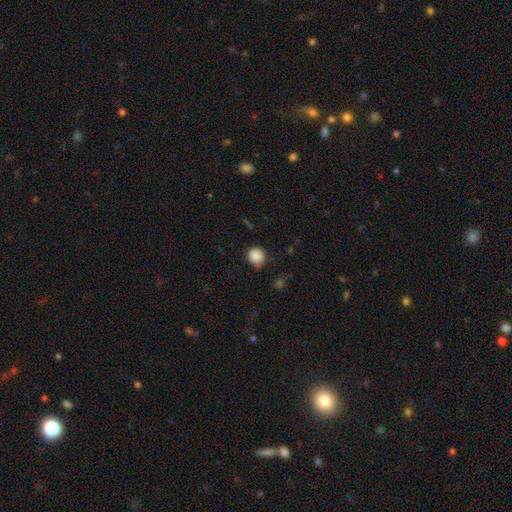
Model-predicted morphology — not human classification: smooth-or-featured: smooth: 87% | star or artifact: 9% | featured or disk: 4%
  how-rounded: round: 90% | in between: 9% | cigar-shaped: 1%
  merging: none: 71% | minor disturbance: 22% | major disturbance: 5% | merger: 2%